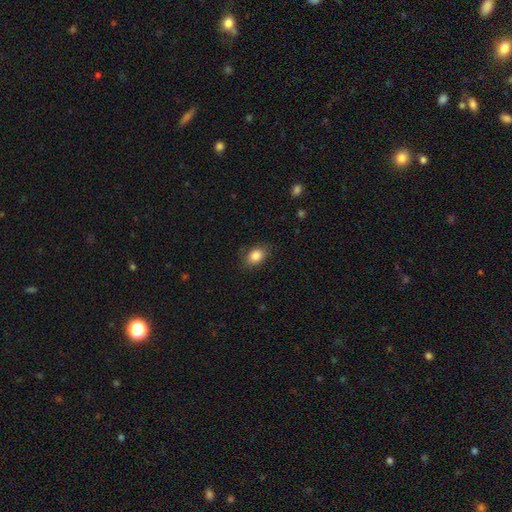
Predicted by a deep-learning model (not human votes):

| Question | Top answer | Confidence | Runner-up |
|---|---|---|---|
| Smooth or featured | smooth | 85% | star or artifact (8%) |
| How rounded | in between | 75% | round (24%) |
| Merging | none | 81% | minor disturbance (14%) |